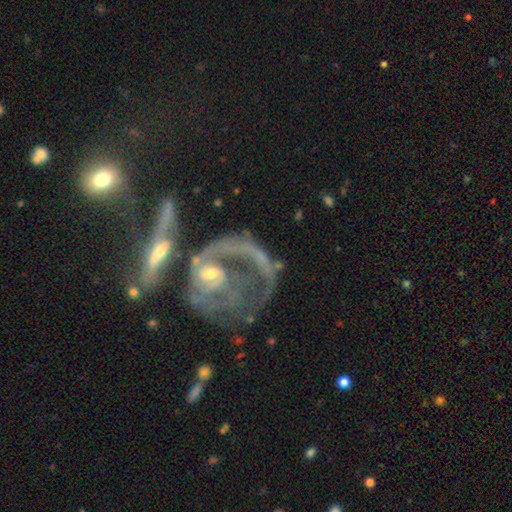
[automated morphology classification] Smooth or featured: featured or disk — 76% (smooth — 14%)
Edge-on disk: no — 94% (yes — 6%)
Bar: no — 69% (weak — 22%)
Spiral arms: yes — 62% (no — 38%)
Bulge size: small — 50% (moderate — 33%)
Merging: merger — 34% (major disturbance — 33%)